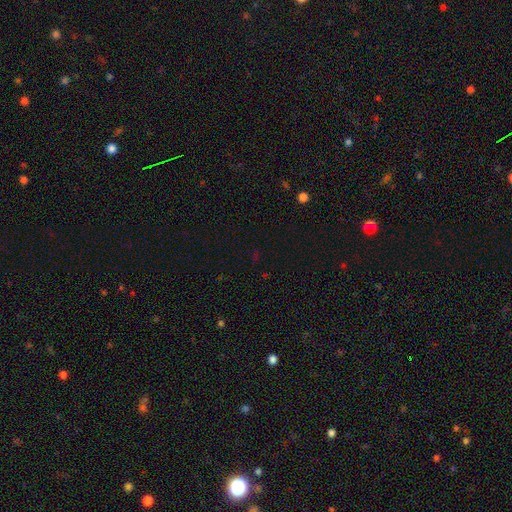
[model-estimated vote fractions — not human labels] smooth-or-featured: star or artifact: 68% | smooth: 24% | featured or disk: 8%